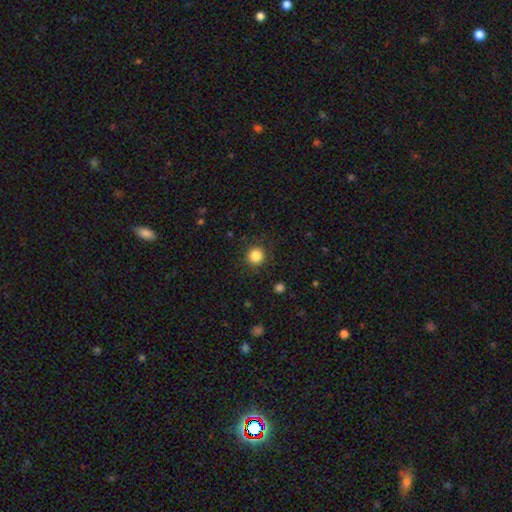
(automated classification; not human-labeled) Smooth or featured?
  - smooth: 85% *
  - star or artifact: 11%
  - featured or disk: 4%
How rounded?
  - round: 93% *
  - in between: 6%
  - cigar-shaped: 1%
Merging?
  - none: 90% *
  - minor disturbance: 7%
  - major disturbance: 3%
  - merger: 1%